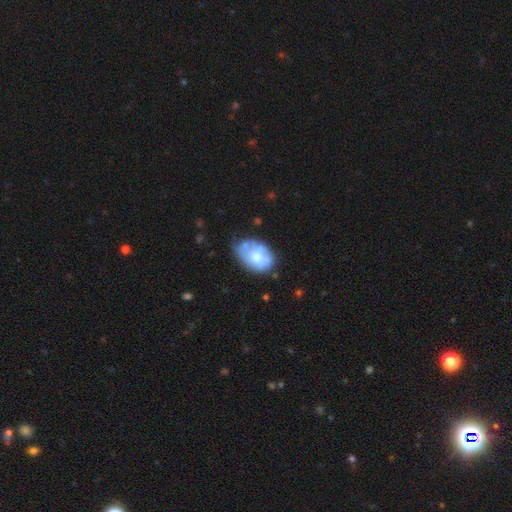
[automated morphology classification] type=smooth (54%); roundness=in between (79%); merging=none (52%).